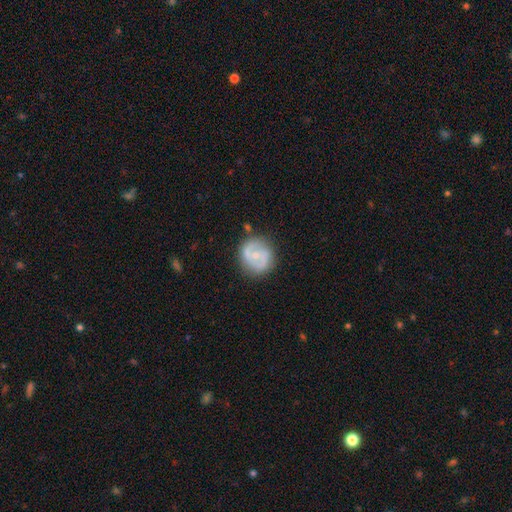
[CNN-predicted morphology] Smooth or featured?
  - featured or disk: 63% *
  - smooth: 31%
  - star or artifact: 6%
Edge-on disk?
  - no: 97% *
  - yes: 3%
Bar?
  - no: 52% *
  - weak: 37%
  - strong: 11%
Spiral arms?
  - yes: 71% *
  - no: 29%
Bulge size?
  - small: 57% *
  - moderate: 38%
  - none: 3%
  - large: 1%
  - dominant: 1%
Merging?
  - none: 78% *
  - minor disturbance: 15%
  - major disturbance: 5%
  - merger: 2%